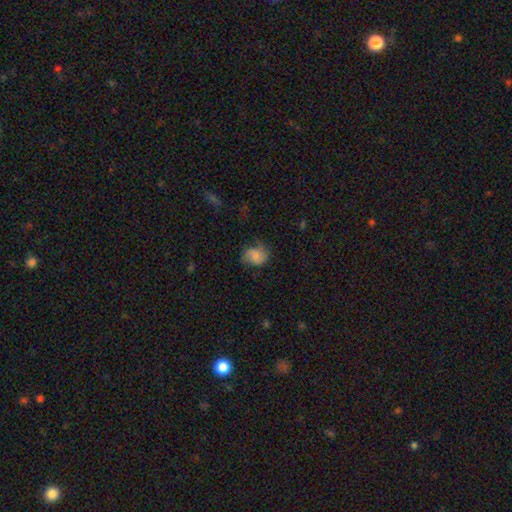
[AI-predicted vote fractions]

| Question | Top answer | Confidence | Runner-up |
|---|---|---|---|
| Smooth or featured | smooth | 65% | featured or disk (26%) |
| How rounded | in between | 50% | round (49%) |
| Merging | none | 53% | minor disturbance (30%) |